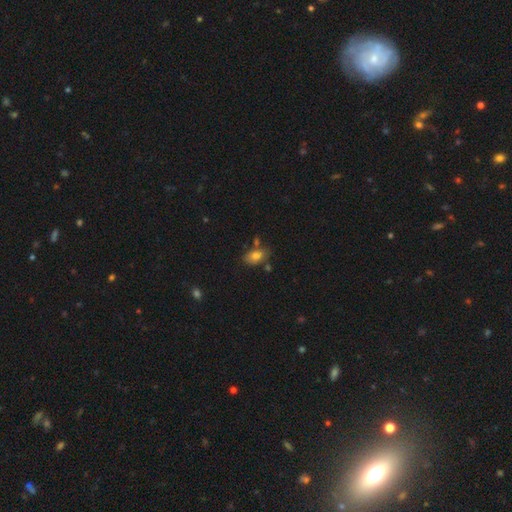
Smooth or featured? 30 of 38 (79%) said smooth. How rounded? 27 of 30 (90%) said in between. Merging? 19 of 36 (53%) said none.